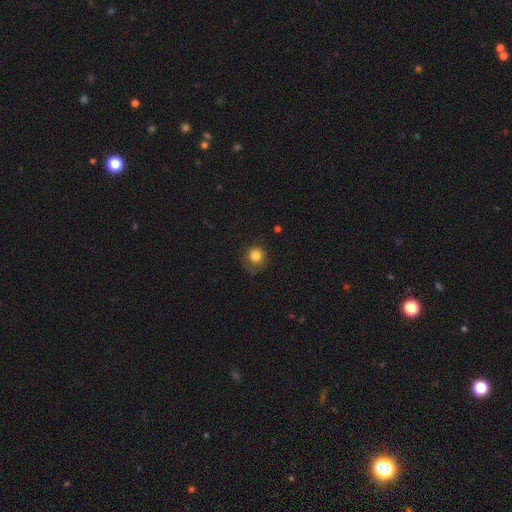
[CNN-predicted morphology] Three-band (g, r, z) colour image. It shows a smooth galaxy with no disk features (82%) that is round (90%). Merging: none (66%).